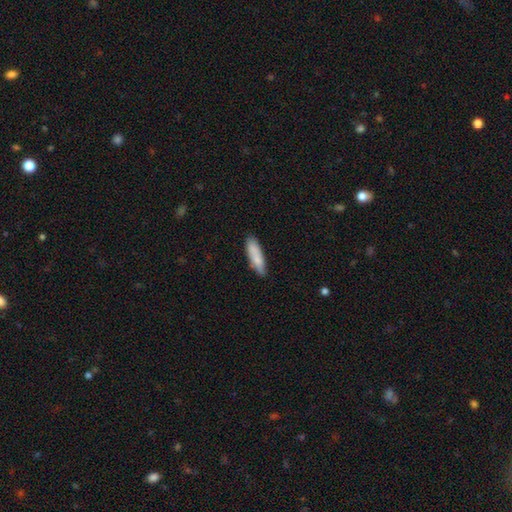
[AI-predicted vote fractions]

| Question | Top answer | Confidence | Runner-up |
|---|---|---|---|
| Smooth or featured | smooth | 82% | featured or disk (12%) |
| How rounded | cigar-shaped | 62% | in between (37%) |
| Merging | none | 82% | minor disturbance (14%) |